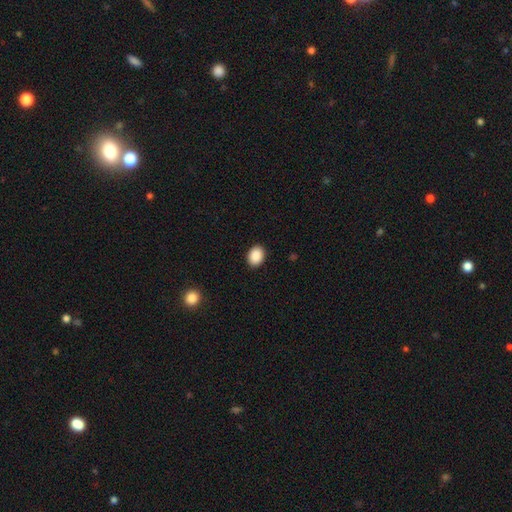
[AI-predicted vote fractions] A smooth galaxy with no disk features (90%) that is in between round and cigar-shaped (64%).

Vote fractions:
- Smooth or featured? smooth: 90% / star or artifact: 8% / featured or disk: 2%
- How rounded? in between: 64% / round: 35% / cigar-shaped: 1%
- Merging? none: 91% / minor disturbance: 6% / major disturbance: 2% / merger: 1%